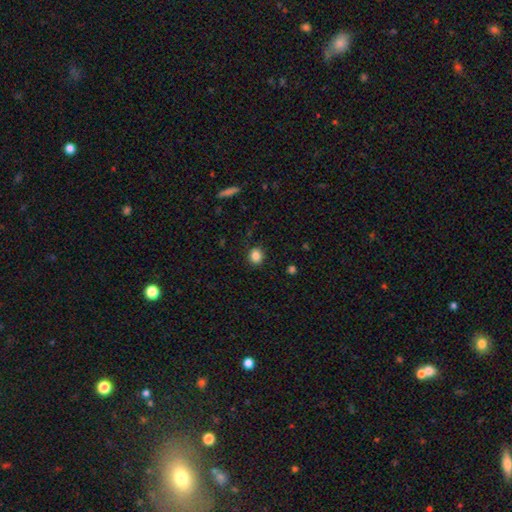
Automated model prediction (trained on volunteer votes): Morphology: type=smooth (85%); roundness=round (77%); merging=none (89%).